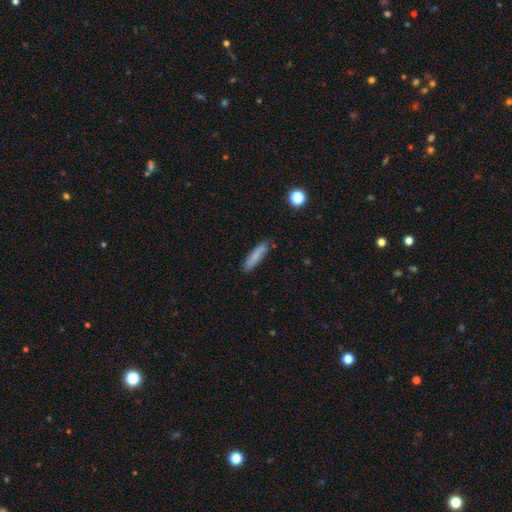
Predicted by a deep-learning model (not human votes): smooth-or-featured: smooth: 80% | featured or disk: 13% | star or artifact: 7%
  how-rounded: cigar-shaped: 88% | in between: 11% | round: 2%
  merging: none: 84% | minor disturbance: 12% | major disturbance: 2% | merger: 2%